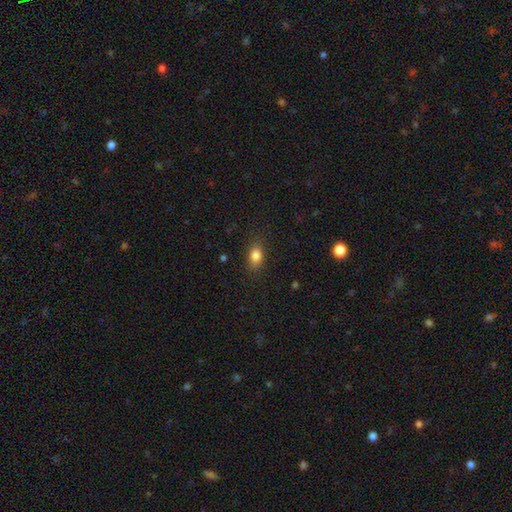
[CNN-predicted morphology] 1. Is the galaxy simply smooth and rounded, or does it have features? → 84% smooth, 10% star or artifact, 7% featured or disk.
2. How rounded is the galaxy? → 76% in between, 21% round, 3% cigar-shaped.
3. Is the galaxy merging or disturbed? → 83% none, 12% minor disturbance, 3% major disturbance, 1% merger.